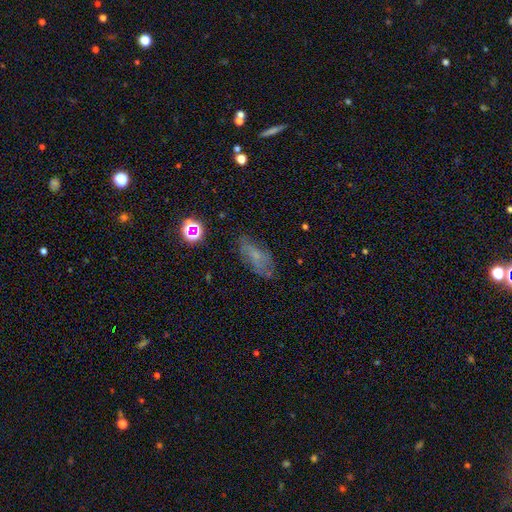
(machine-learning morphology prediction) This appears to be a smooth galaxy with no disk features (50%). Merging: none (65%).